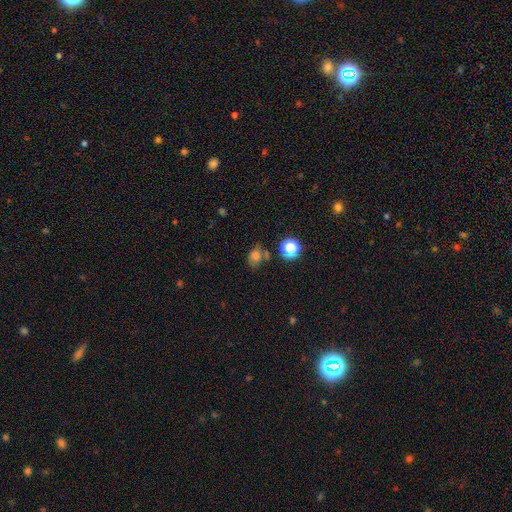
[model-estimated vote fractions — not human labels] Smooth or featured?
  - smooth: 71% *
  - star or artifact: 19%
  - featured or disk: 11%
How rounded?
  - in between: 52% *
  - round: 47%
  - cigar-shaped: 1%
Merging?
  - none: 57% *
  - minor disturbance: 22%
  - merger: 12%
  - major disturbance: 9%